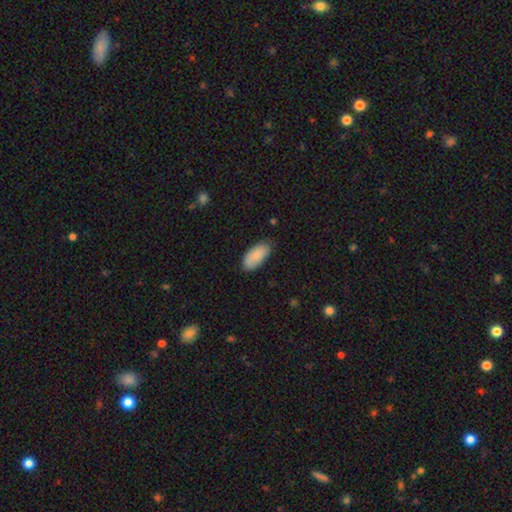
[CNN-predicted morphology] Q: Smooth or featured?
A: smooth (86%); runner-up: featured or disk (8%)
Q: How rounded?
A: in between (93%); runner-up: cigar-shaped (5%)
Q: Merging?
A: none (77%); runner-up: minor disturbance (18%)